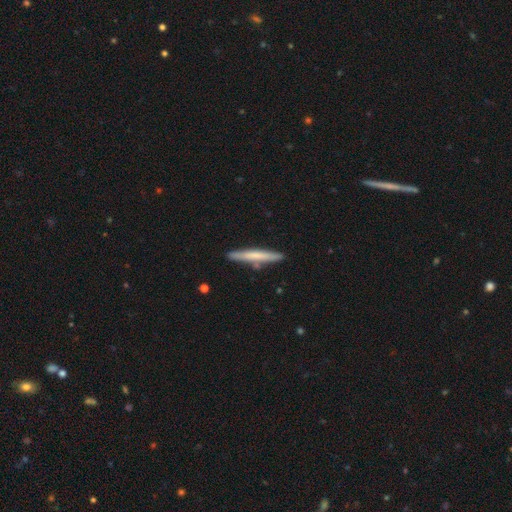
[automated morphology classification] type=smooth (59%); roundness=cigar-shaped (96%); merging=none (85%).